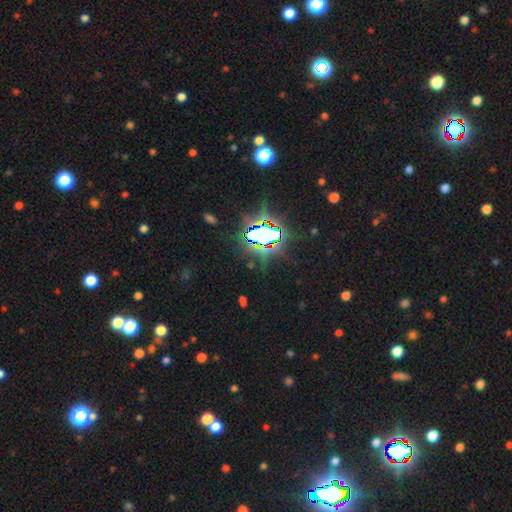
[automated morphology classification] smooth-or-featured: star or artifact: 84% | smooth: 9% | featured or disk: 7%